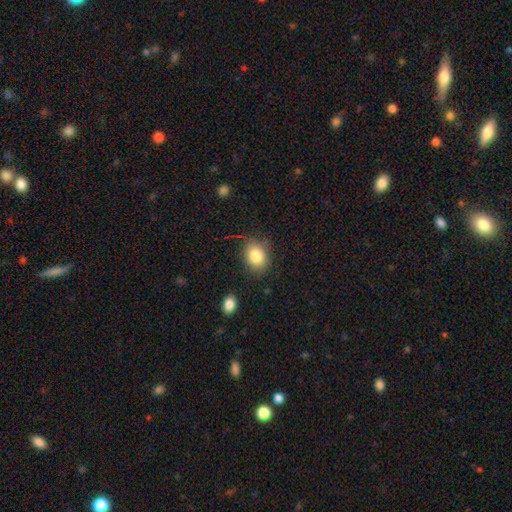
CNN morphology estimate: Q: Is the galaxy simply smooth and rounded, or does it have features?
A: smooth — 83%.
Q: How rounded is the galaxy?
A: in between — 54%.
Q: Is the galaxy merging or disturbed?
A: none — 80%.